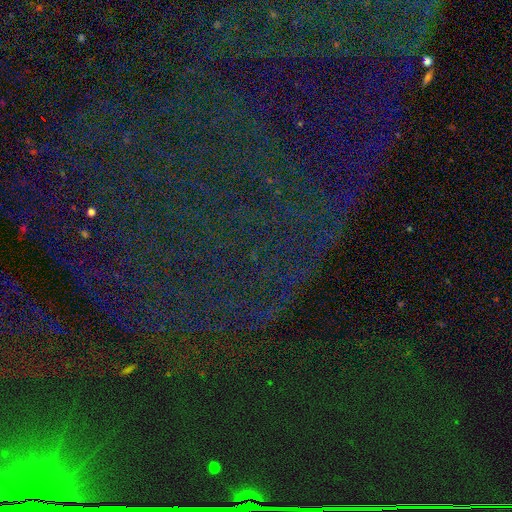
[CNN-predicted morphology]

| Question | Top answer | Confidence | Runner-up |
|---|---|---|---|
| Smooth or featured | star or artifact | 85% | smooth (7%) |